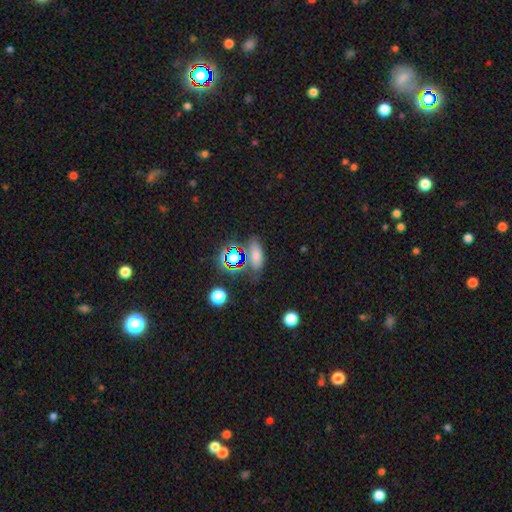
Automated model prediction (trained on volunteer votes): This appears to be a smooth galaxy with no disk features (63%) that is in between round and cigar-shaped (76%). Merging: none (70%).